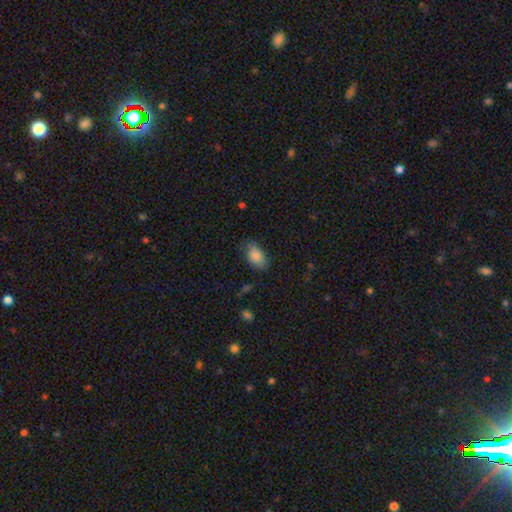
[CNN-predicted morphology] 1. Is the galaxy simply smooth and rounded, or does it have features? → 85% smooth, 7% star or artifact, 7% featured or disk.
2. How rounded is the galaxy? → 91% in between, 7% round, 2% cigar-shaped.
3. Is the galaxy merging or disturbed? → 70% none, 23% minor disturbance, 6% major disturbance, 1% merger.